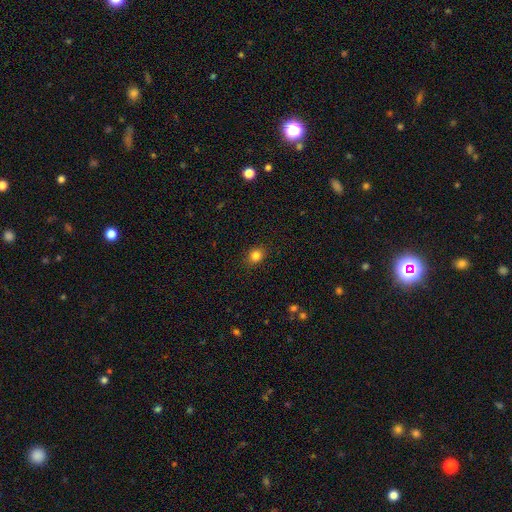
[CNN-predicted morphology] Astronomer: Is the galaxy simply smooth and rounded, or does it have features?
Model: smooth — 83%.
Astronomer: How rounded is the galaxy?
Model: round — 68%.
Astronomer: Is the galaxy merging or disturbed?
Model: none — 89%.